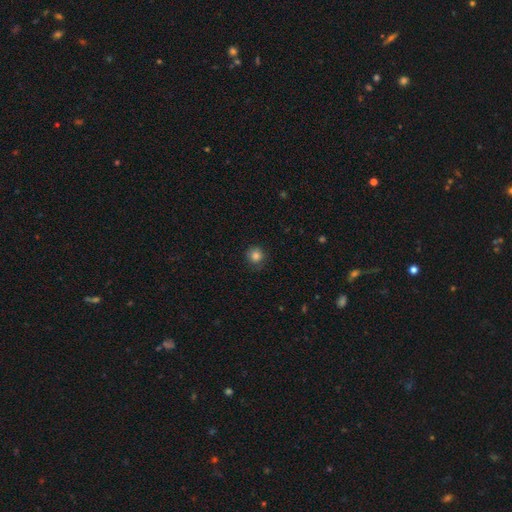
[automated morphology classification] The model was most divided on "smooth or featured": smooth: 83%, star or artifact: 12%, featured or disk: 5%. More confident: how rounded — round (93%); merging — none (84%).